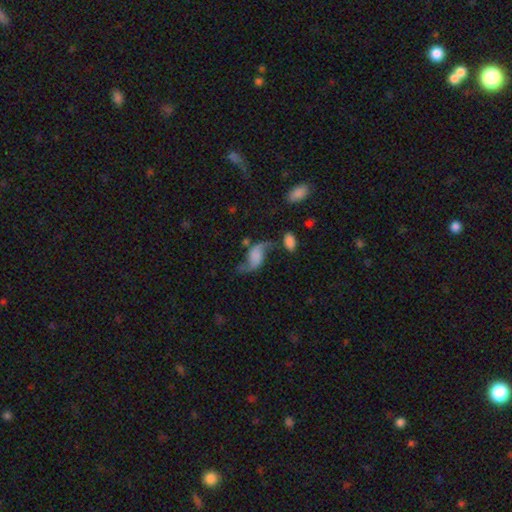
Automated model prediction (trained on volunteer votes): Morphology: type=featured or disk (73%); edge-on=no (96%); bar=no (64%); spiral arms=yes (93%); winding=loose (89%); arm count=2 (92%); bulge=none (59%); merging=none (53%).